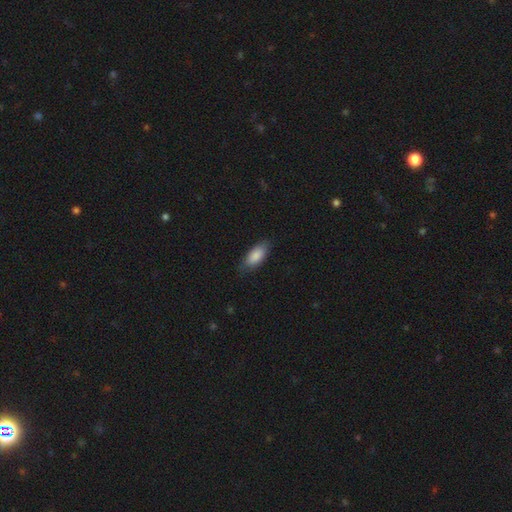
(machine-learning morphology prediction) Smooth or featured?
  - smooth: 87% *
  - featured or disk: 7%
  - star or artifact: 6%
How rounded?
  - in between: 86% *
  - cigar-shaped: 12%
  - round: 2%
Merging?
  - none: 78% *
  - minor disturbance: 18%
  - major disturbance: 3%
  - merger: 1%